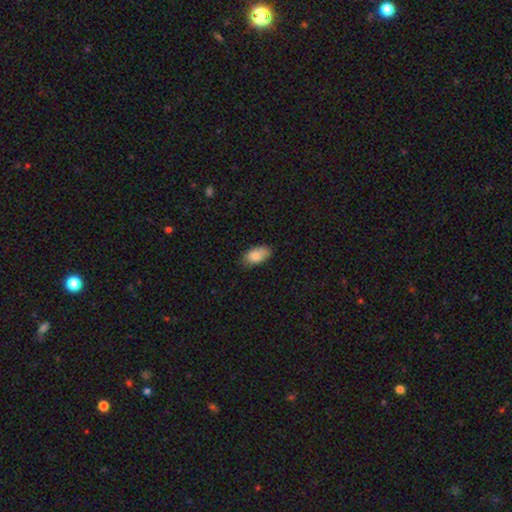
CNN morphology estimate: This appears to be a smooth galaxy with no disk features (85%) that is in between round and cigar-shaped (93%). Merging: none (76%).